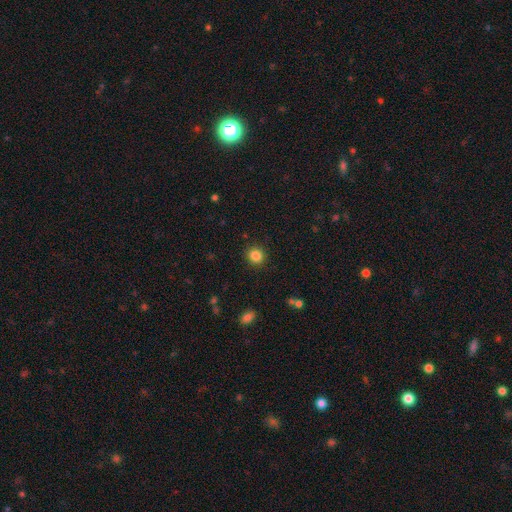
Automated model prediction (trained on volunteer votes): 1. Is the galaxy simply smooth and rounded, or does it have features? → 85% smooth, 11% star or artifact, 4% featured or disk.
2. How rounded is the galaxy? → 88% round, 11% in between, 1% cigar-shaped.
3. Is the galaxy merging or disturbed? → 91% none, 6% minor disturbance, 2% major disturbance, 1% merger.